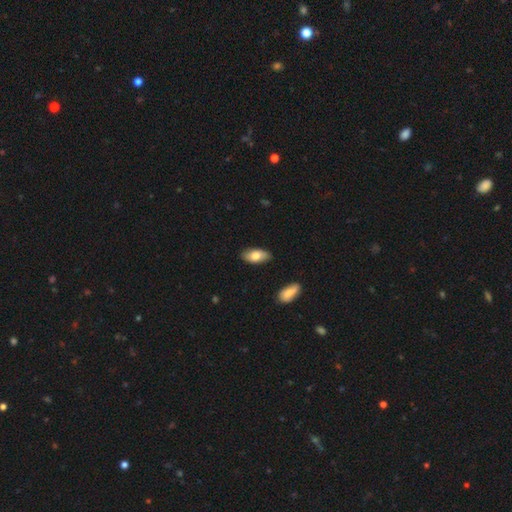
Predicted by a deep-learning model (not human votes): A smooth galaxy with no disk features (76%) that is in between round and cigar-shaped (92%). Merging: none (84%).